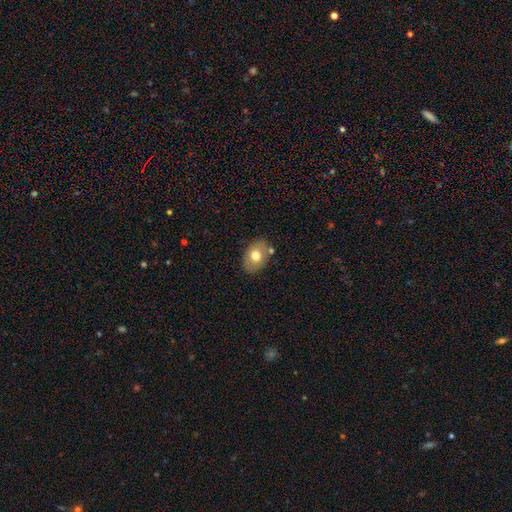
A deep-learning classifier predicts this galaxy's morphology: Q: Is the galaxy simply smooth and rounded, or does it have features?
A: smooth — 68%.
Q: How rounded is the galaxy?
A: in between — 75%.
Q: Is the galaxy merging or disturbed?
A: none — 76%.